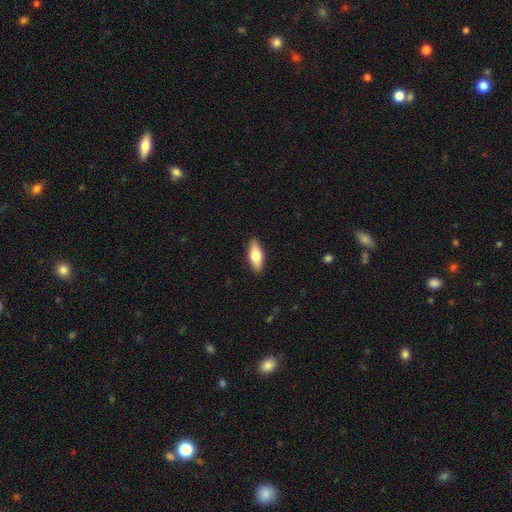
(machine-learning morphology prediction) smooth 72%, featured or disk 22%, star or artifact 6%. Down the decision tree: how rounded — in between (71%); merging — none (89%).